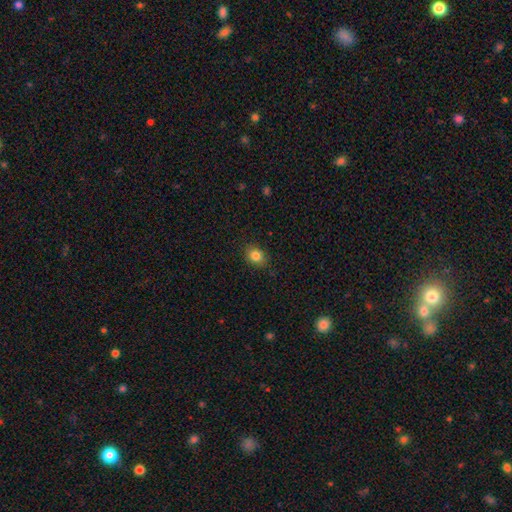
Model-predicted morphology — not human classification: A smooth galaxy with no disk features (84%) that is round (57%).

Vote fractions:
- Smooth or featured? smooth: 84% / star or artifact: 10% / featured or disk: 6%
- How rounded? round: 57% / in between: 42% / cigar-shaped: 1%
- Merging? none: 85% / minor disturbance: 11% / major disturbance: 3% / merger: 1%